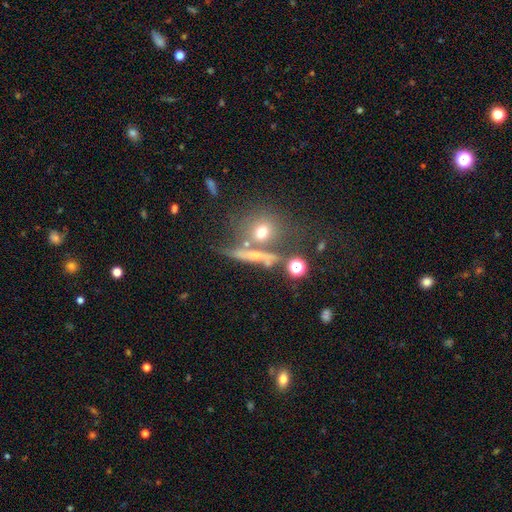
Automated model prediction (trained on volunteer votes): Overall: smooth (46%; featured or disk 36%). Merging: none (55%; merger 22%).